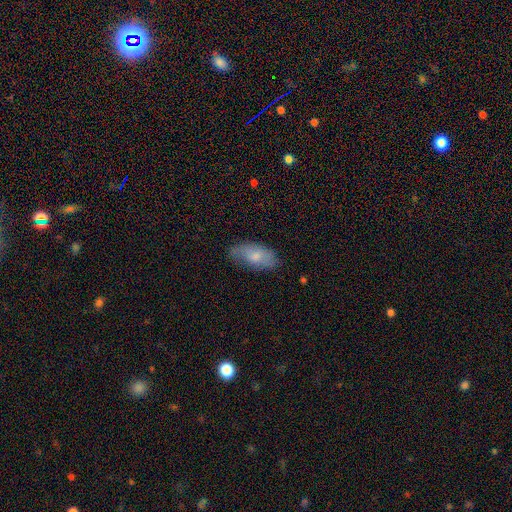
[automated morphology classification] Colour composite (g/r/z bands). It shows a smooth galaxy with no disk features (70%) that is in between round and cigar-shaped (92%). Merging: none (68%).